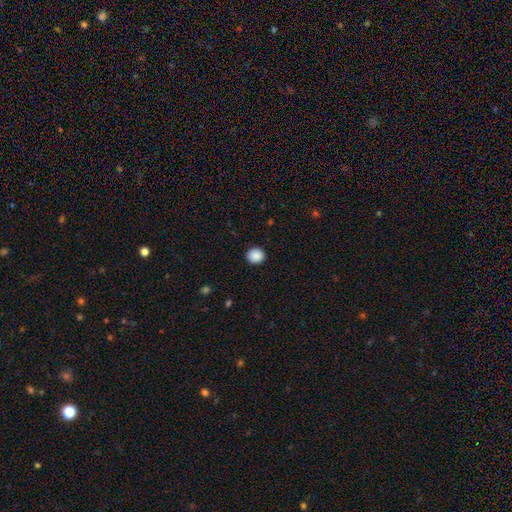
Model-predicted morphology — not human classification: Smooth or featured? Predicted: smooth (p=0.89). How rounded? Predicted: round (p=0.84). Merging? Predicted: none (p=0.92).